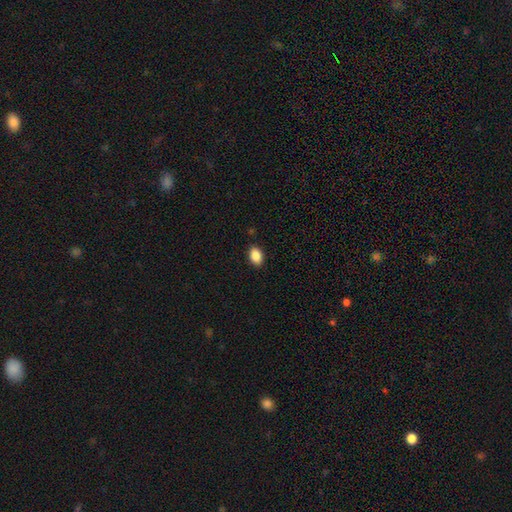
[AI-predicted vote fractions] smooth-or-featured: smooth: 89% | star or artifact: 8% | featured or disk: 3%
  how-rounded: in between: 84% | round: 14% | cigar-shaped: 1%
  merging: none: 89% | minor disturbance: 8% | major disturbance: 2% | merger: 1%